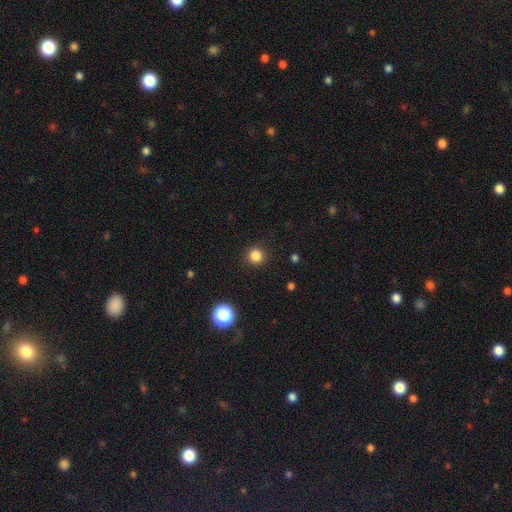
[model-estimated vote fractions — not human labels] Smooth or featured? Predicted: smooth (p=0.84). How rounded? Predicted: round (p=0.95). Merging? Predicted: none (p=0.91).